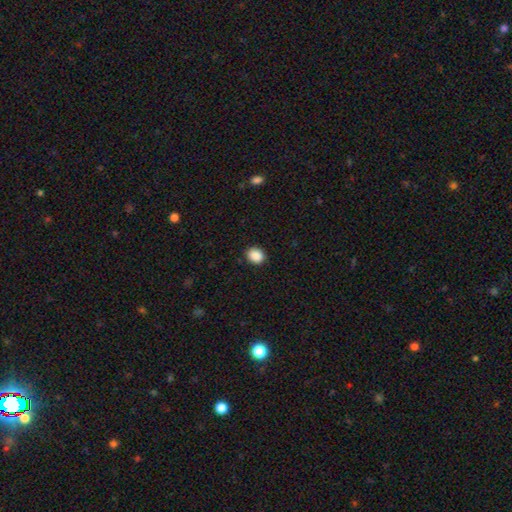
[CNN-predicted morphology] Smooth or featured? smooth (89%)
How rounded? round (64%)
Merging? none (90%)